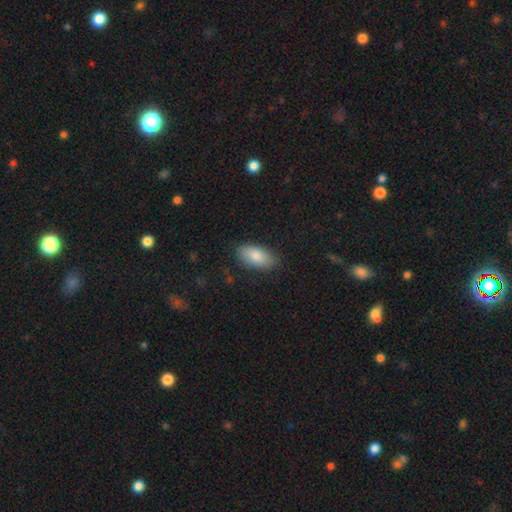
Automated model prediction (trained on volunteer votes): smooth 84%, featured or disk 9%, star or artifact 7%. Down the decision tree: how rounded — in between (91%); merging — none (85%).